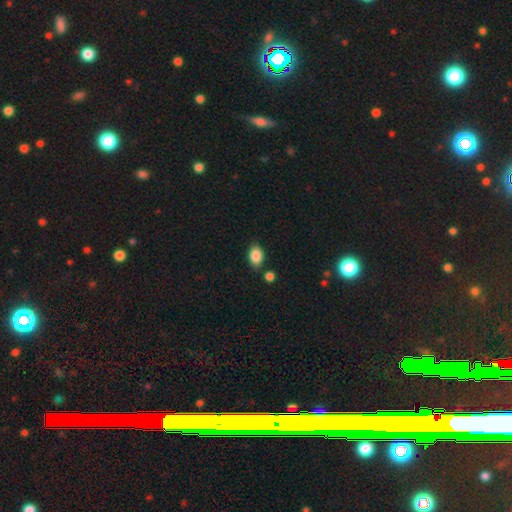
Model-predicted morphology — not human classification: smooth 87%, star or artifact 8%, featured or disk 5%. Down the decision tree: how rounded — in between (83%); merging — none (78%).